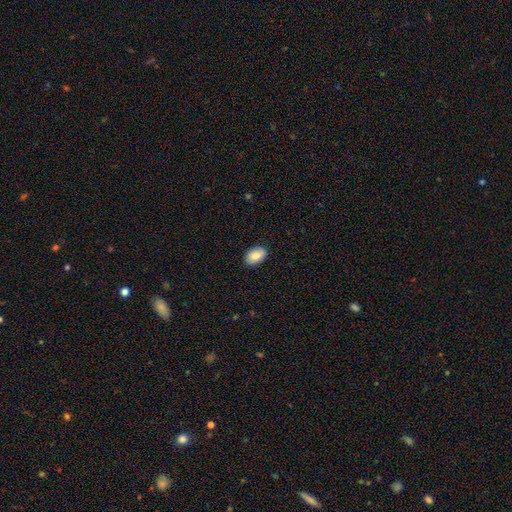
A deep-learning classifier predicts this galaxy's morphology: type=smooth (85%); roundness=in between (91%); merging=none (87%).